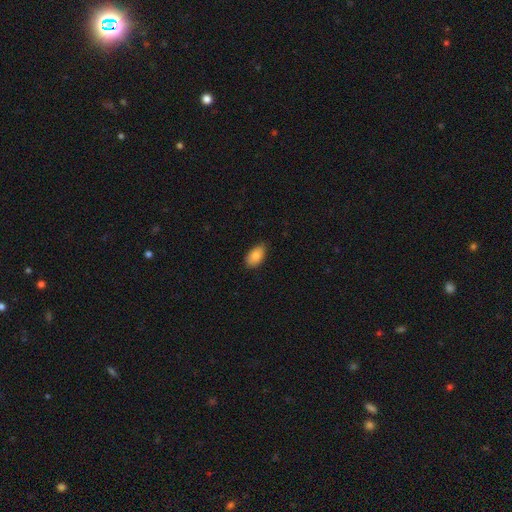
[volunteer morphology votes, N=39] Smooth or featured? smooth (87%)
How rounded? in between (94%)
Merging? none (81%)